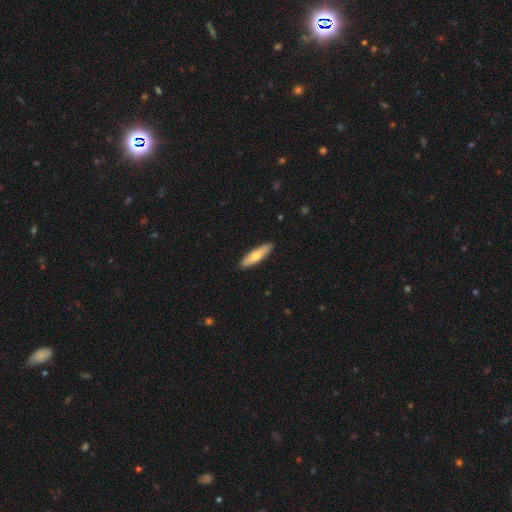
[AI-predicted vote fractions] smooth-or-featured: smooth: 71% | featured or disk: 24% | star or artifact: 5%
  how-rounded: cigar-shaped: 73% | in between: 26% | round: 2%
  merging: none: 90% | minor disturbance: 8% | major disturbance: 1% | merger: 1%